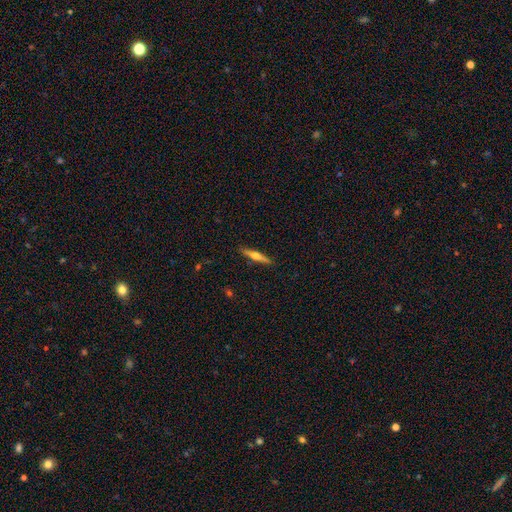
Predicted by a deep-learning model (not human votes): Morphology: type=featured or disk (63%); edge-on=yes (97%); edge-on bulge=rounded (93%); merging=none (91%).